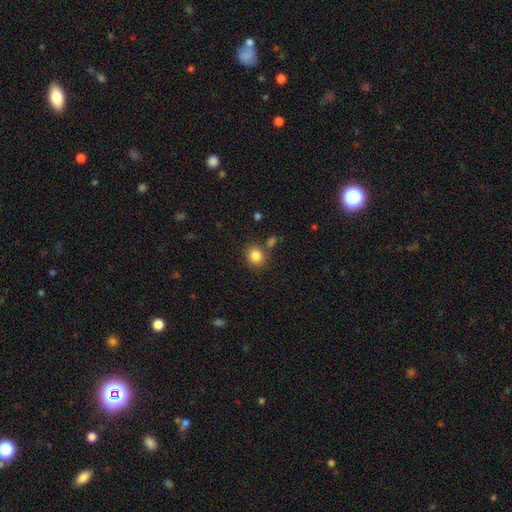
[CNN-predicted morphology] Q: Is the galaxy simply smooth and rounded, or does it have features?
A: smooth — 84%.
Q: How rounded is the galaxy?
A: round — 71%.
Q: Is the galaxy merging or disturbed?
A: none — 76%.